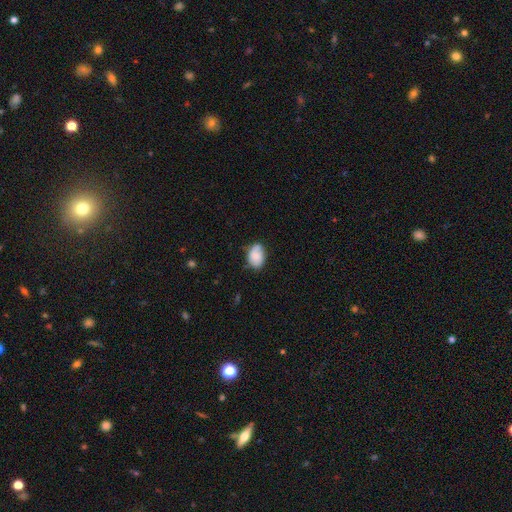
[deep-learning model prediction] A smooth galaxy with no disk features (69%) that is in between round and cigar-shaped (81%).

Vote fractions:
- Smooth or featured? smooth: 69% / featured or disk: 23% / star or artifact: 8%
- How rounded? in between: 81% / round: 17% / cigar-shaped: 1%
- Merging? none: 64% / minor disturbance: 29% / major disturbance: 6% / merger: 2%